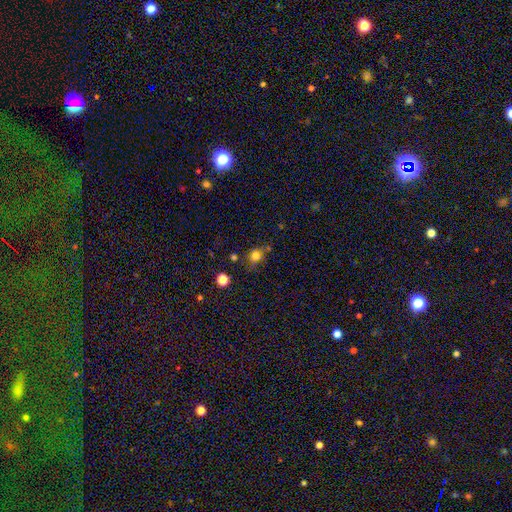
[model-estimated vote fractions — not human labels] This is likely a smooth galaxy (77%). How rounded: likely round (73%). Merging: likely none (64%).